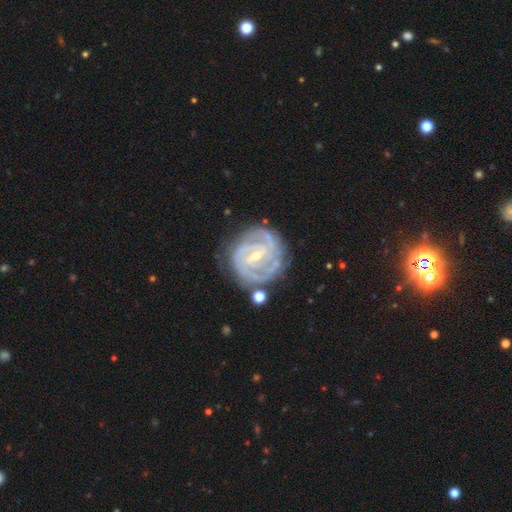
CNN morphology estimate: smooth_or_featured: featured or disk (p=0.90) [alt: star or artifact p=0.05]
disk_edge_on: no (p=0.98) [alt: yes p=0.02]
bar: weak (p=0.50) [alt: strong p=0.33]
has_spiral_arms: yes (p=0.98) [alt: no p=0.02]
spiral_winding: tight (p=0.74) [alt: medium p=0.23]
spiral_arm_count: 2 (p=0.39) [alt: 3 p=0.26]
bulge_size: small (p=0.68) [alt: moderate p=0.29]
merging: none (p=0.74) [alt: minor disturbance p=0.17]